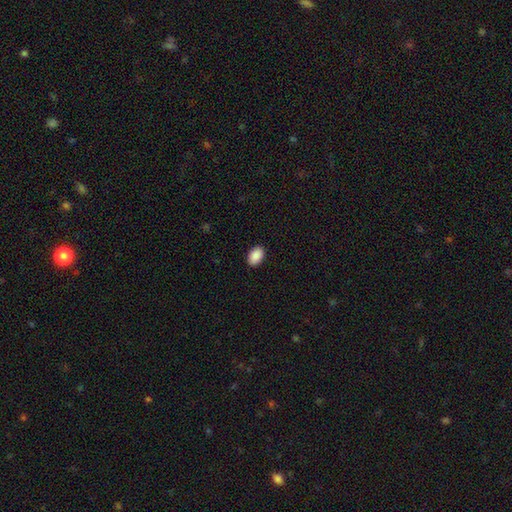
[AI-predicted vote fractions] Smooth or featured? smooth (91%)
How rounded? in between (91%)
Merging? none (91%)